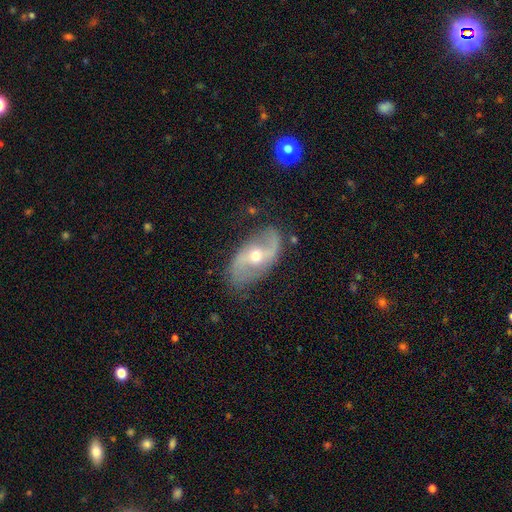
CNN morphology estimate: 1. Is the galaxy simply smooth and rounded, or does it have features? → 85% featured or disk, 10% smooth, 6% star or artifact.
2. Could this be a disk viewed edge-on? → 95% no, 5% yes.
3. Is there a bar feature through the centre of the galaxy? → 41% no, 37% weak, 22% strong.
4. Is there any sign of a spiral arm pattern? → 92% yes, 8% no.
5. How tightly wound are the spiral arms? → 63% loose, 28% medium, 9% tight.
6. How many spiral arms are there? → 91% 2, 4% can't tell, 2% 1, 1% 3, 1% 4, 1% more than 4.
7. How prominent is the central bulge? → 59% moderate, 38% small, 2% large, 1% none, 1% dominant.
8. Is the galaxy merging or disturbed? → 77% none, 16% minor disturbance, 6% major disturbance, 2% merger.